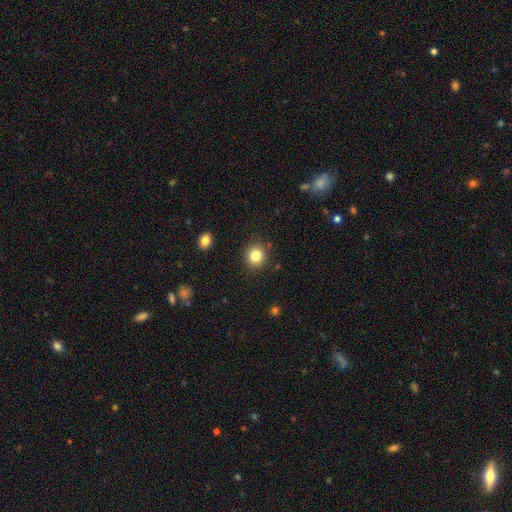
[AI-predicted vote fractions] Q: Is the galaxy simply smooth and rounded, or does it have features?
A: smooth — 84%.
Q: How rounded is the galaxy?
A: round — 88%.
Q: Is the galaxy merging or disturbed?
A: none — 89%.